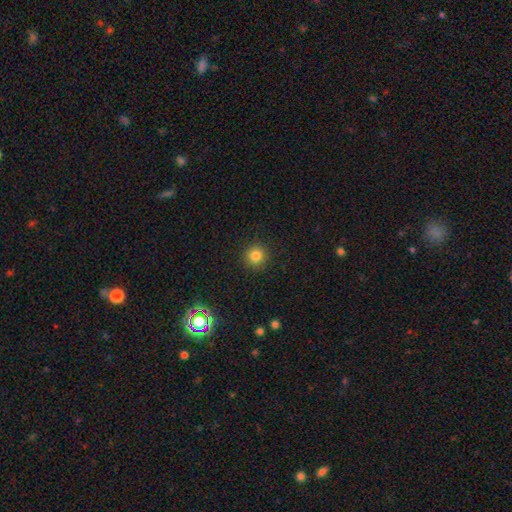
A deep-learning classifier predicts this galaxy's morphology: This appears to be a smooth galaxy with no disk features (82%) that is round (94%). Merging: none (91%).